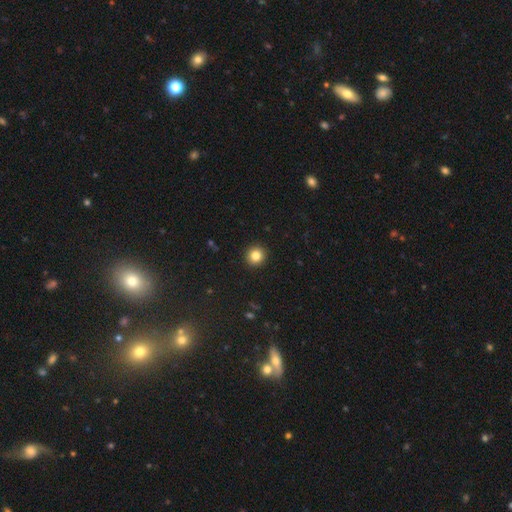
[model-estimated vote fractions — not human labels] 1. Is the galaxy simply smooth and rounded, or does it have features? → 83% smooth, 11% star or artifact, 6% featured or disk.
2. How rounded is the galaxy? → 93% round, 6% in between, 1% cigar-shaped.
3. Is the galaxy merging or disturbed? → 93% none, 5% minor disturbance, 2% major disturbance, 1% merger.